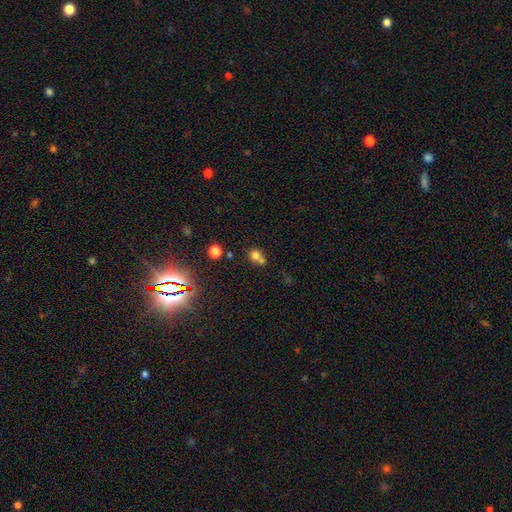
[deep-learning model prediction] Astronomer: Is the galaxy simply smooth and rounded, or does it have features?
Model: smooth — 72%.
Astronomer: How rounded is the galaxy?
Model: round — 83%.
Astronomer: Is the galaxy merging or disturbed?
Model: merger — 50% (runner-up: none, 41%).